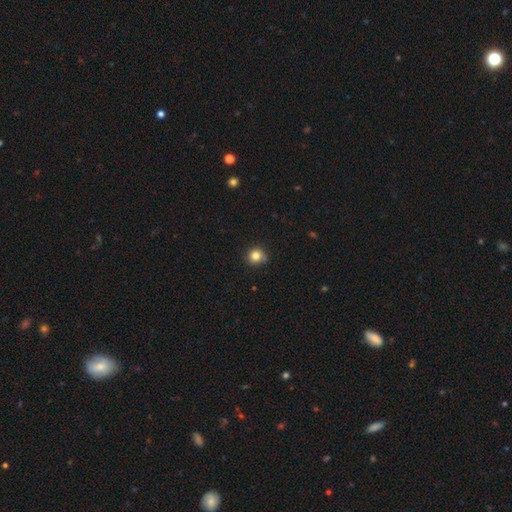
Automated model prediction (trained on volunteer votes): Smooth or featured? Predicted: smooth (p=0.83). How rounded? Predicted: round (p=0.92). Merging? Predicted: none (p=0.83).